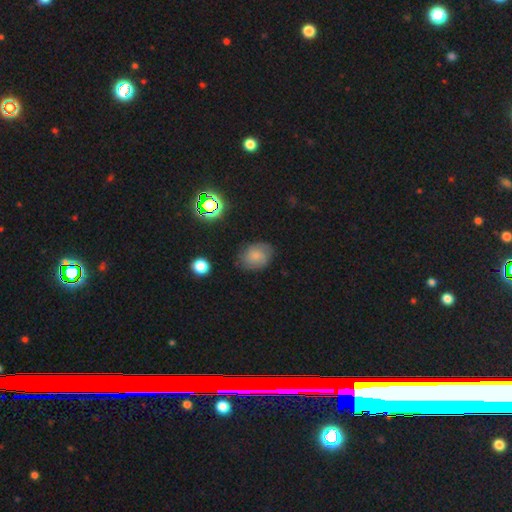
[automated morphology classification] Q: Smooth or featured?
A: smooth (65%); runner-up: featured or disk (21%)
Q: How rounded?
A: in between (57%); runner-up: round (42%)
Q: Merging?
A: none (75%); runner-up: minor disturbance (19%)